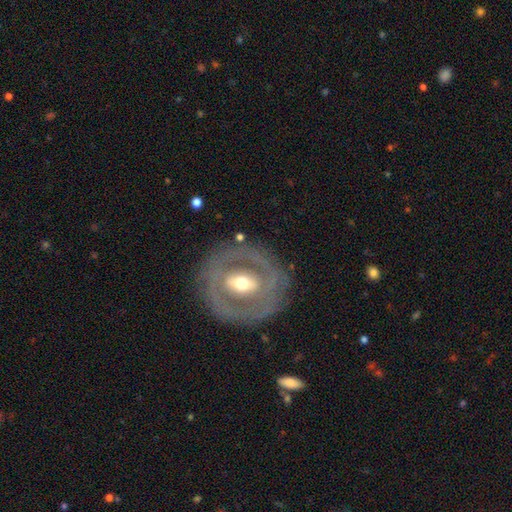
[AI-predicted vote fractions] featured or disk 73%, smooth 21%, star or artifact 7%. Down the decision tree: edge-on disk — no (93%); bar — weak (35%, tied with strong); spiral arms — no (64%); bulge size — moderate (67%); merging — none (80%).